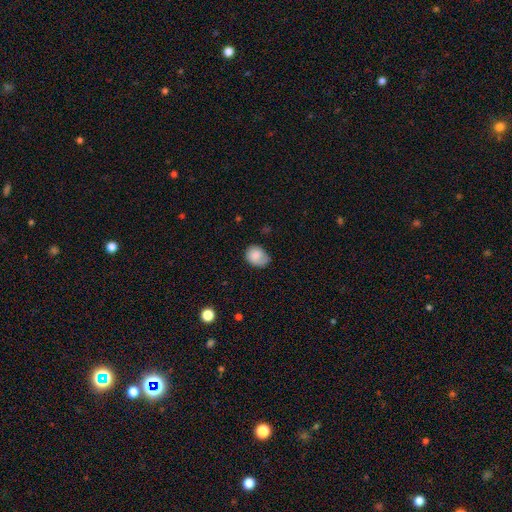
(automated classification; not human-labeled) Overall: smooth (83%). How rounded: in between (53%; round 46%). Merging: none (54%; minor disturbance 35%).